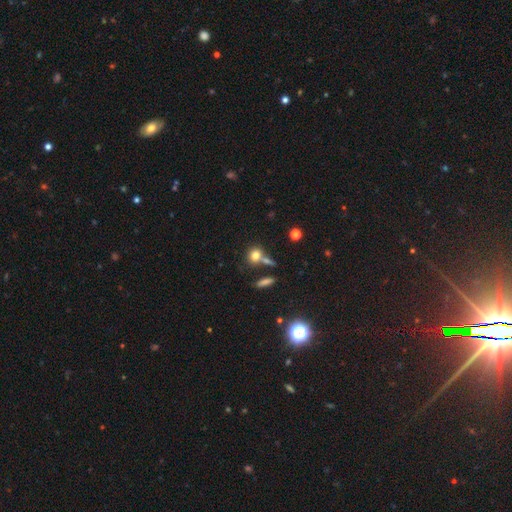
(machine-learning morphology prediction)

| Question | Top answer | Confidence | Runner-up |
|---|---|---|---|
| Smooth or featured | smooth | 77% | star or artifact (13%) |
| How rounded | round | 73% | in between (24%) |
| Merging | none | 59% | merger (25%) |